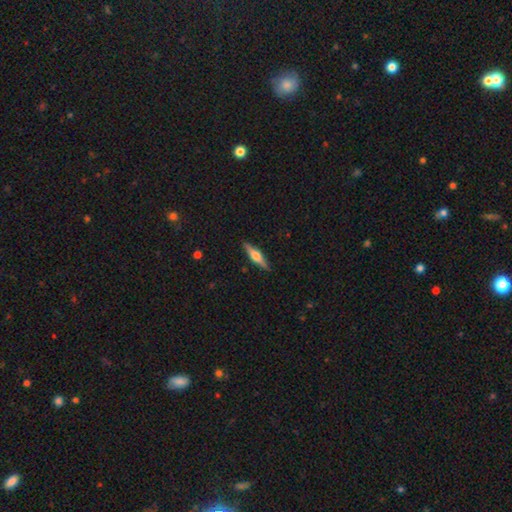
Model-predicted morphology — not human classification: Overall: featured or disk (63%; smooth 31%). Edge-on disk: yes (97%). Edge-on bulge: rounded (88%). Merging: none (89%).